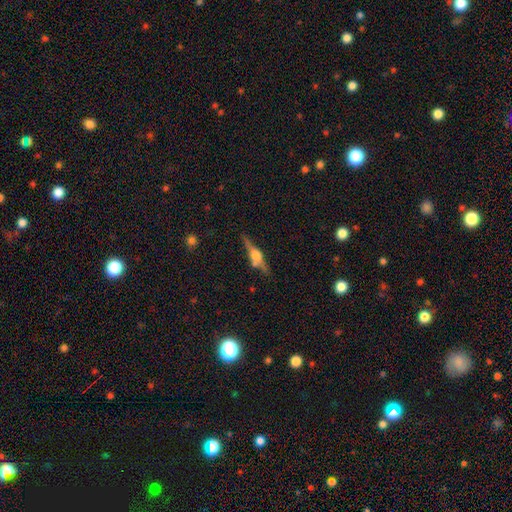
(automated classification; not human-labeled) Smooth or featured?
  - featured or disk: 74% *
  - smooth: 19%
  - star or artifact: 7%
Edge-on disk?
  - yes: 96% *
  - no: 4%
Edge-on bulge?
  - rounded: 91% *
  - boxy: 6%
  - none: 2%
Merging?
  - none: 75% *
  - minor disturbance: 14%
  - merger: 6%
  - major disturbance: 4%